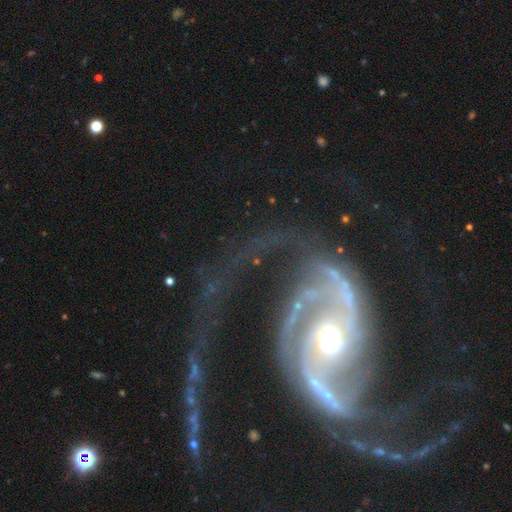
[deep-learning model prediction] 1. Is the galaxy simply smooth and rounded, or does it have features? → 93% featured or disk, 5% star or artifact, 3% smooth.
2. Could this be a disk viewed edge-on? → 97% no, 3% yes.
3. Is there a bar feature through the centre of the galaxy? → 45% no, 28% strong, 27% weak.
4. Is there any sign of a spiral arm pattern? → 97% yes, 3% no.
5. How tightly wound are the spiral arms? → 49% medium, 30% loose, 21% tight.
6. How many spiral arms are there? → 76% 2, 7% 3, 5% can't tell, 4% 1, 4% 4, 4% more than 4.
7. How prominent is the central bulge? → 68% moderate, 15% small, 14% large, 2% dominant, 1% none.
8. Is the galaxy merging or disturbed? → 49% none, 31% major disturbance, 16% minor disturbance, 4% merger.